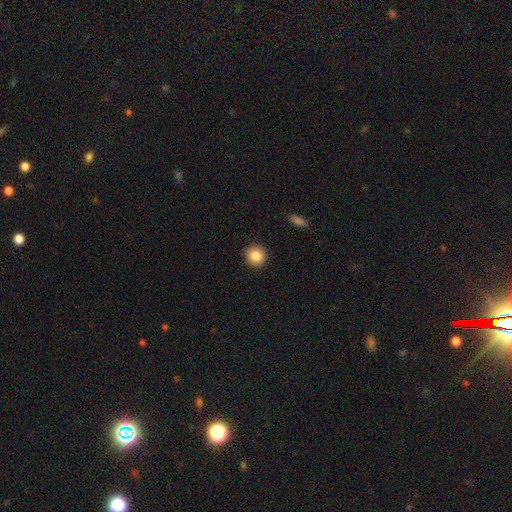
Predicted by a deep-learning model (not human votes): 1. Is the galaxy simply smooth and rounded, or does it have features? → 86% smooth, 9% star or artifact, 5% featured or disk.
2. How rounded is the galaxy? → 92% round, 7% in between, 1% cigar-shaped.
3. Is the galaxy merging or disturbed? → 91% none, 6% minor disturbance, 2% major disturbance, 1% merger.